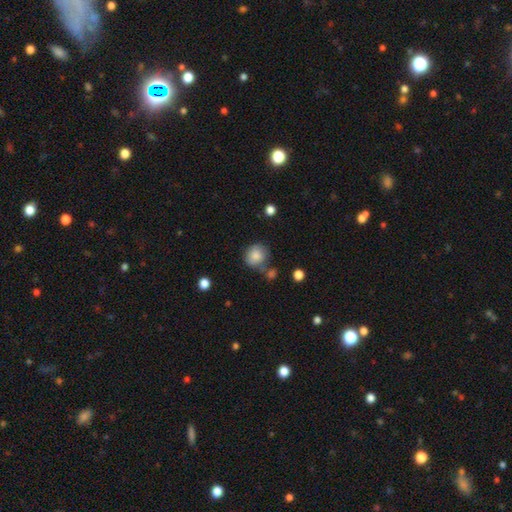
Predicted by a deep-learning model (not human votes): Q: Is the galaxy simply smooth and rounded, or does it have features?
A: smooth — 84%.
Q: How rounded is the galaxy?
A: round — 81%.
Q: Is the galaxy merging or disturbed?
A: none — 62%.